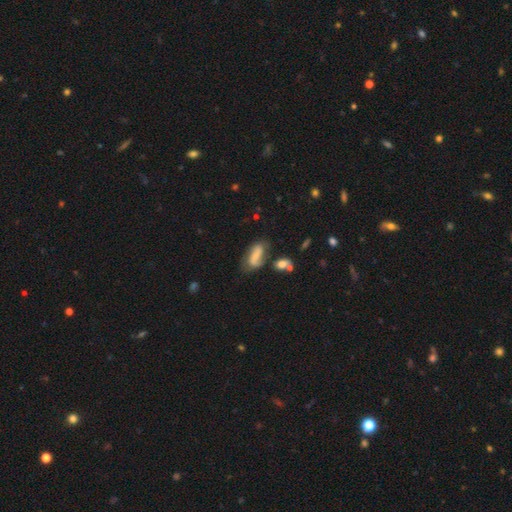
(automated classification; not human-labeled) Smooth or featured: smooth — 48% (featured or disk — 42%)
Merging: none — 48% (minor disturbance — 25%)